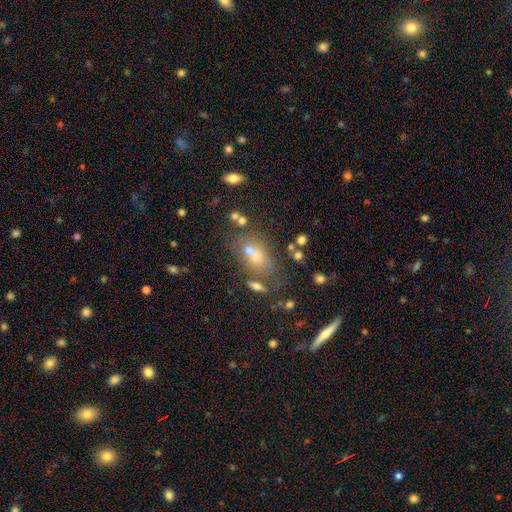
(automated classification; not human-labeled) Q: Smooth or featured?
A: smooth (55%); runner-up: featured or disk (24%)
Q: How rounded?
A: in between (74%); runner-up: round (19%)
Q: Merging?
A: none (44%); runner-up: merger (32%)